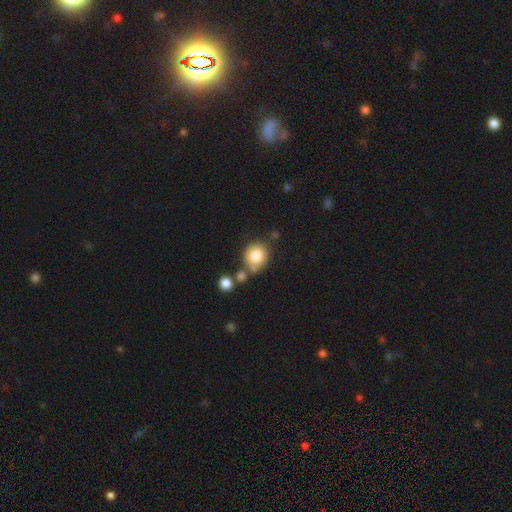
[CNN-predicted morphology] Q: Smooth or featured?
A: smooth (80%); runner-up: featured or disk (10%)
Q: How rounded?
A: round (77%); runner-up: in between (22%)
Q: Merging?
A: none (57%); runner-up: merger (21%)